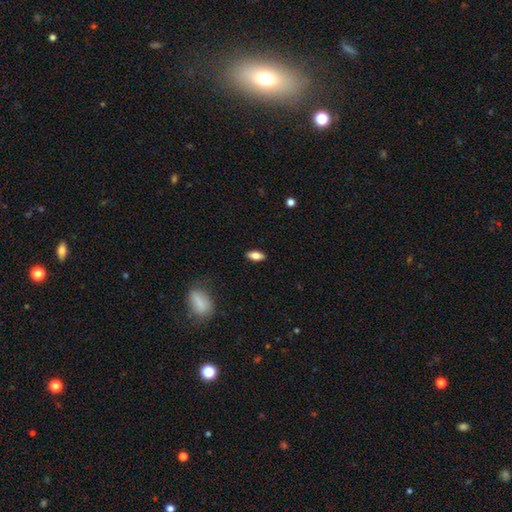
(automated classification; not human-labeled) Smooth or featured? Predicted: smooth (p=0.75). How rounded? Predicted: in between (p=0.83). Merging? Predicted: none (p=0.87).